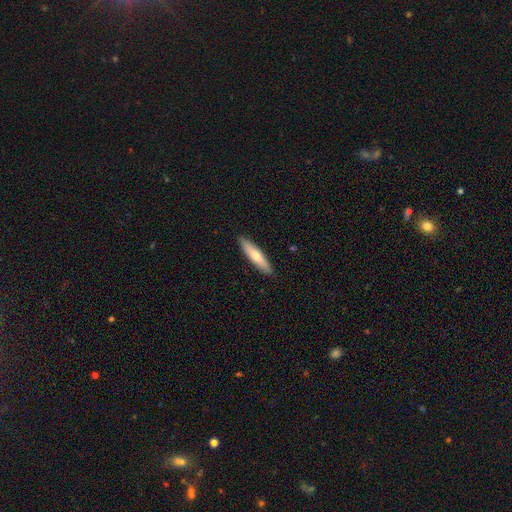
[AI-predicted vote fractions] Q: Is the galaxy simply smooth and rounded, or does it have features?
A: smooth — 64%.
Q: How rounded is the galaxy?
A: cigar-shaped — 79%.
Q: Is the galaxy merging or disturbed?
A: none — 90%.